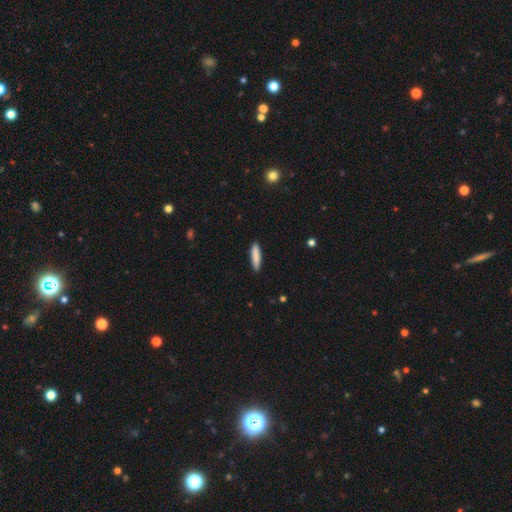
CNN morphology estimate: Smooth or featured? Predicted: smooth (p=0.86). How rounded? Predicted: cigar-shaped (p=0.80). Merging? Predicted: none (p=0.89).